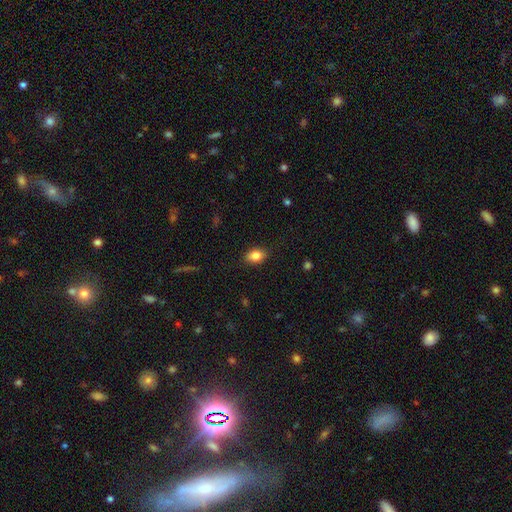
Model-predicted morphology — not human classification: type=smooth (84%); roundness=in between (79%); merging=none (87%).